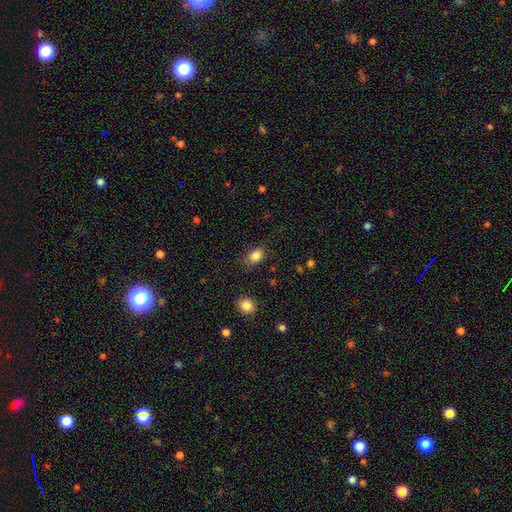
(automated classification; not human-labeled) Morphology: type=smooth (85%); roundness=in between (70%); merging=none (79%).